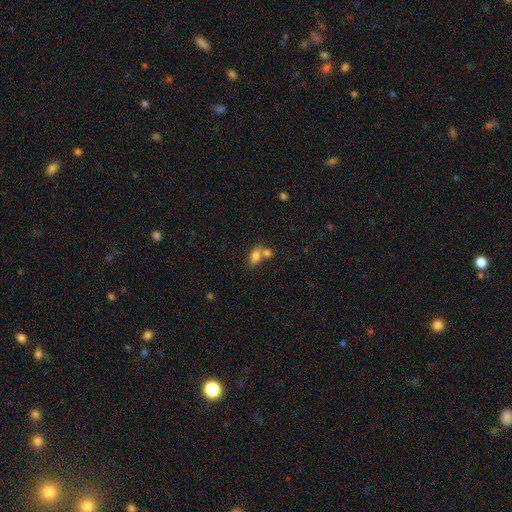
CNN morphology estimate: This is likely a smooth galaxy (77%). How rounded: clearly in between (84%). Merging: marginally merger (44%).